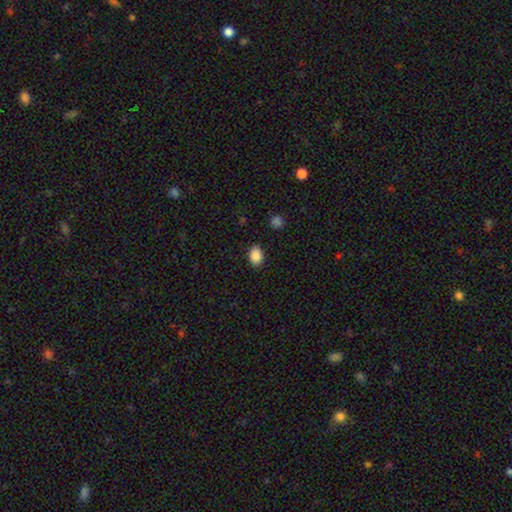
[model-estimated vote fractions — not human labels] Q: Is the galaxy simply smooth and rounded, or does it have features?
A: smooth — 88%.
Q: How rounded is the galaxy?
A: in between — 75%.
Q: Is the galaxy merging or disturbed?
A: none — 87%.